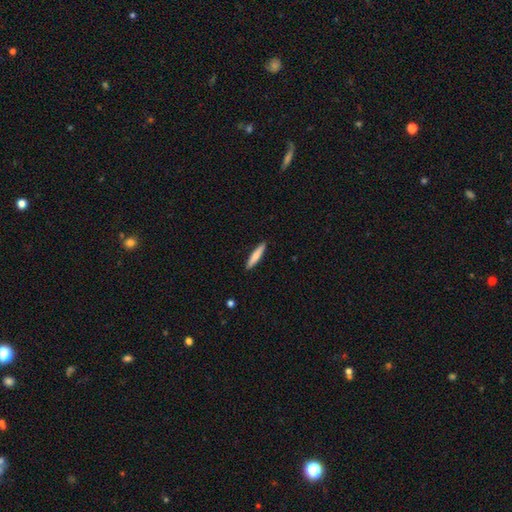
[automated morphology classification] The model was most divided on "smooth or featured": smooth: 75%, featured or disk: 19%, star or artifact: 5%. More confident: merging — none (91%); how rounded — cigar-shaped (89%).